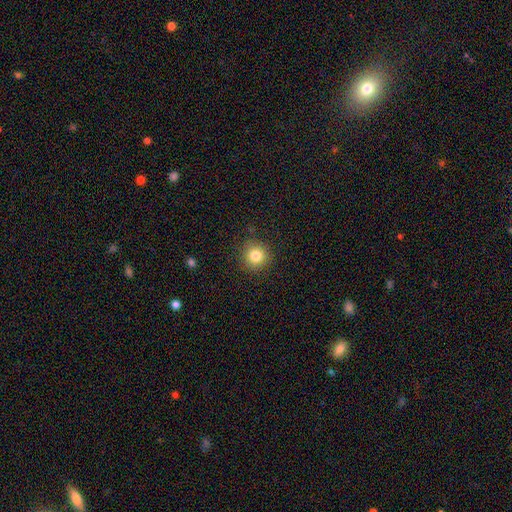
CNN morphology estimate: A smooth galaxy with no disk features (82%) that is round (93%).

Vote fractions:
- Smooth or featured? smooth: 82% / star or artifact: 11% / featured or disk: 7%
- How rounded? round: 93% / in between: 6% / cigar-shaped: 1%
- Merging? none: 89% / minor disturbance: 7% / major disturbance: 2% / merger: 1%